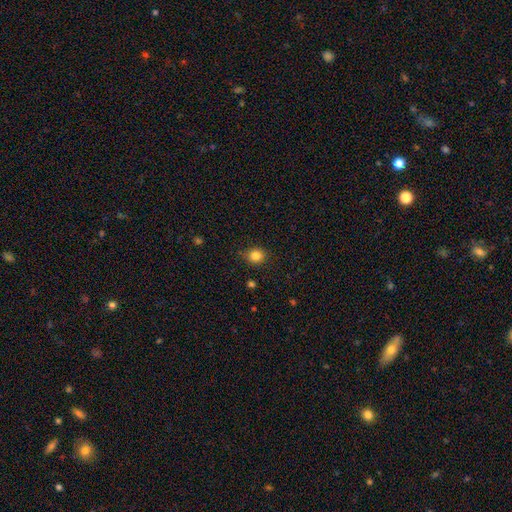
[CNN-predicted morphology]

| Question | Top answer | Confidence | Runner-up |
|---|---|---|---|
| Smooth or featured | smooth | 84% | star or artifact (11%) |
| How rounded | round | 76% | in between (23%) |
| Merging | none | 85% | minor disturbance (10%) |